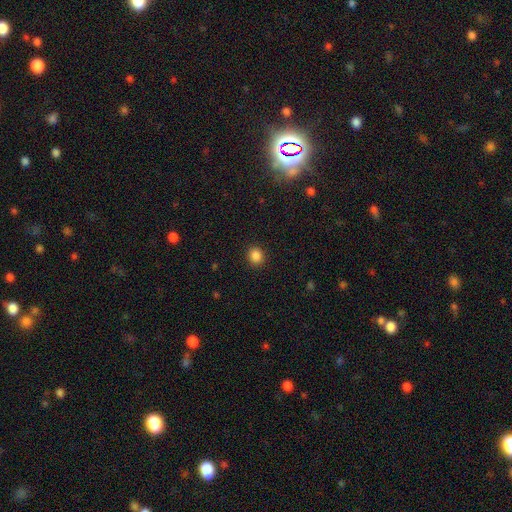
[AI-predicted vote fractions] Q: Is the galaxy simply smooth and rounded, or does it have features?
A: smooth — 86%.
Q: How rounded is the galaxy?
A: round — 79%.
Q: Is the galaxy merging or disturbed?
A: none — 91%.